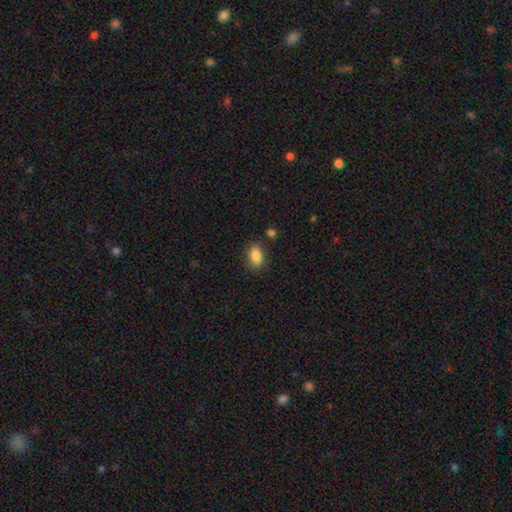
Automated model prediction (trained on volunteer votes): This appears to be a smooth galaxy with no disk features (85%) that is in between round and cigar-shaped (86%). Merging: none (79%).